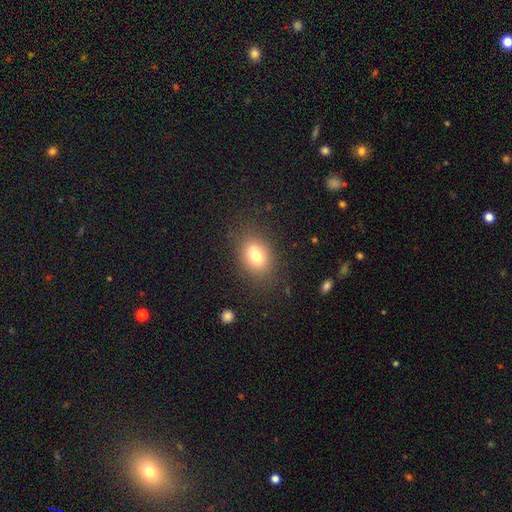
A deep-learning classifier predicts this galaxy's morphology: Overall: smooth (75%). How rounded: in between (71%). Merging: none (82%).